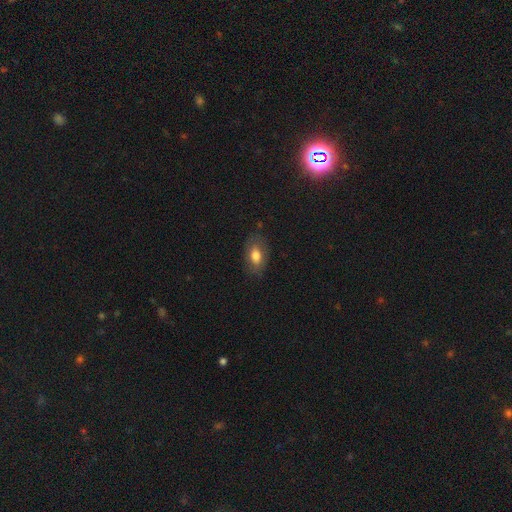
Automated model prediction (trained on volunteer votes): Overall: smooth (73%). How rounded: in between (89%). Merging: none (78%).